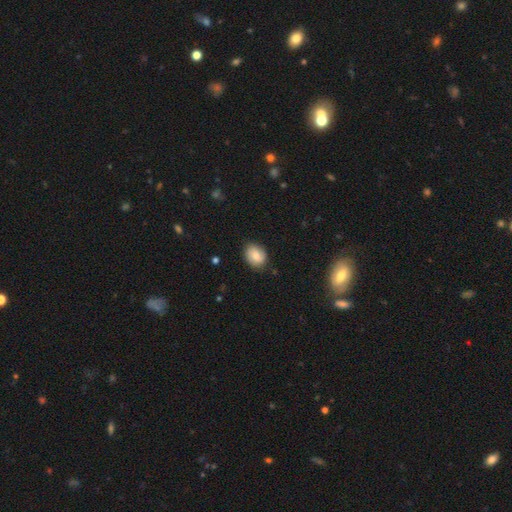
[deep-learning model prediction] A smooth galaxy with no disk features (70%) that is in between round and cigar-shaped (50%).

Vote fractions:
- Smooth or featured? smooth: 70% / featured or disk: 22% / star or artifact: 8%
- How rounded? in between: 50% / round: 49% / cigar-shaped: 1%
- Merging? none: 80% / minor disturbance: 16% / major disturbance: 3% / merger: 1%